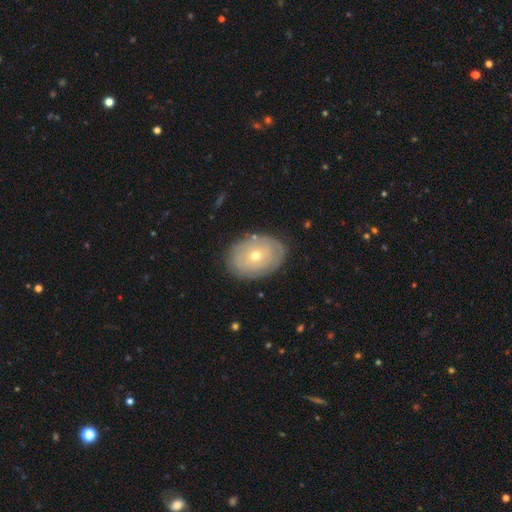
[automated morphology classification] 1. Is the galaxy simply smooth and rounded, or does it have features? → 48% featured or disk, 44% smooth, 8% star or artifact.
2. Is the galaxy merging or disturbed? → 82% none, 13% minor disturbance, 3% major disturbance, 2% merger.